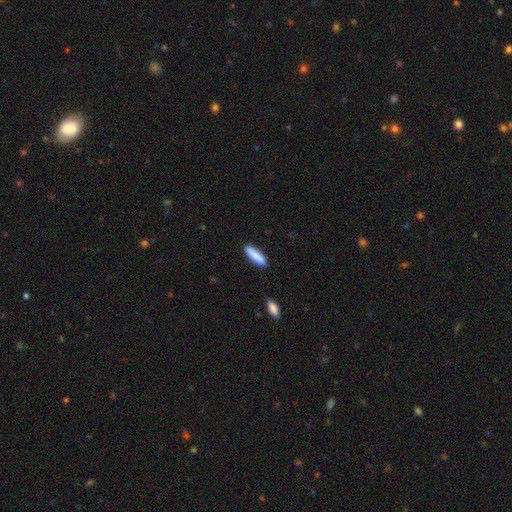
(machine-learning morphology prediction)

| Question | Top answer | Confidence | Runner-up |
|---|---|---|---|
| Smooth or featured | smooth | 84% | featured or disk (9%) |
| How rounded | cigar-shaped | 65% | in between (34%) |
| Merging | none | 79% | minor disturbance (13%) |